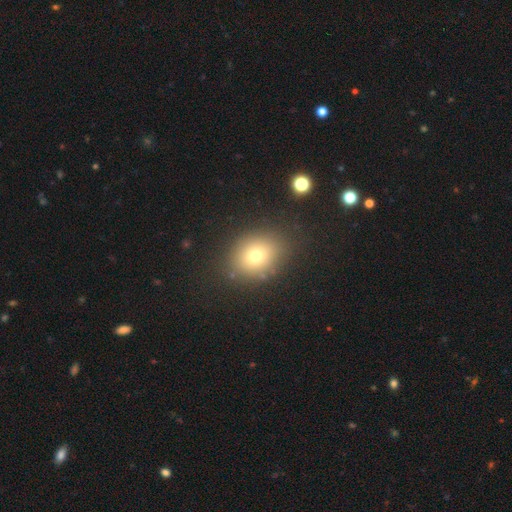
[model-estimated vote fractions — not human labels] Smooth or featured: smooth — 73% (star or artifact — 15%)
How rounded: round — 50% (in between — 49%)
Merging: none — 82% (minor disturbance — 11%)